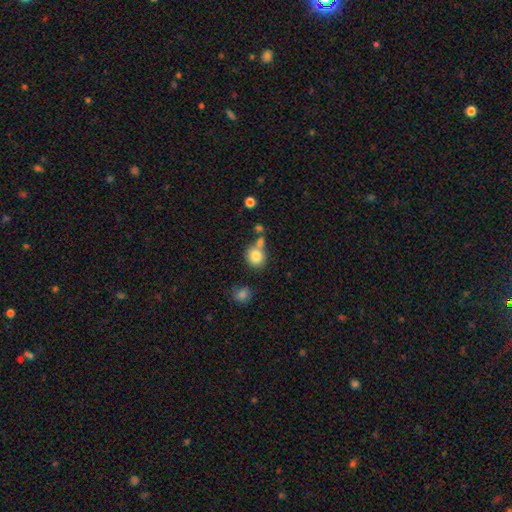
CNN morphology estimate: Smooth or featured? smooth (83%)
How rounded? round (79%)
Merging? none (55%)